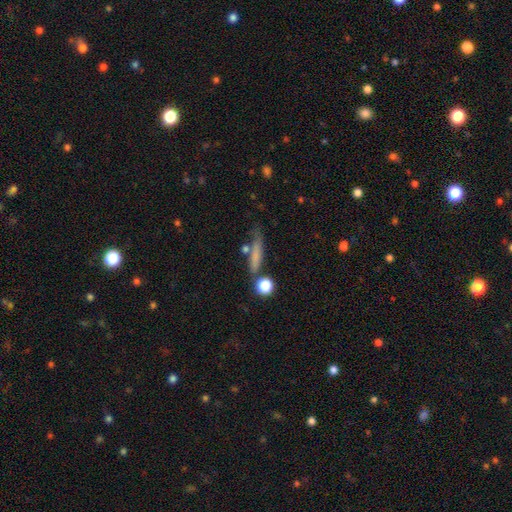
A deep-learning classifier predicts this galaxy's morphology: Smooth or featured: smooth — 67% (featured or disk — 22%)
How rounded: cigar-shaped — 75% (in between — 18%)
Merging: none — 59% (minor disturbance — 21%)